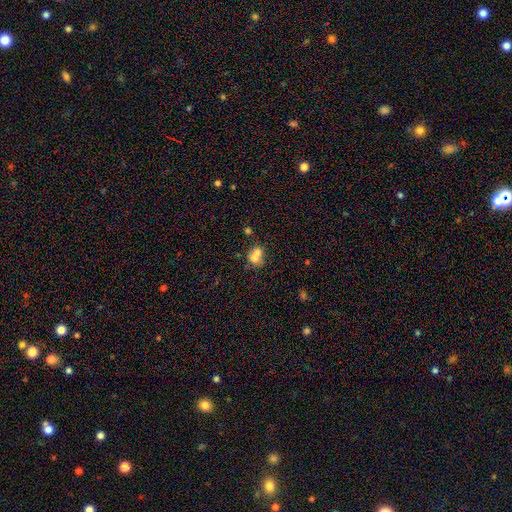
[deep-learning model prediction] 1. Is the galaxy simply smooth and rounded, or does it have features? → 67% smooth, 21% featured or disk, 12% star or artifact.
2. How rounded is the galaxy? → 58% round, 40% in between, 1% cigar-shaped.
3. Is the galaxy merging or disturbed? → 63% merger, 25% none, 8% minor disturbance, 4% major disturbance.